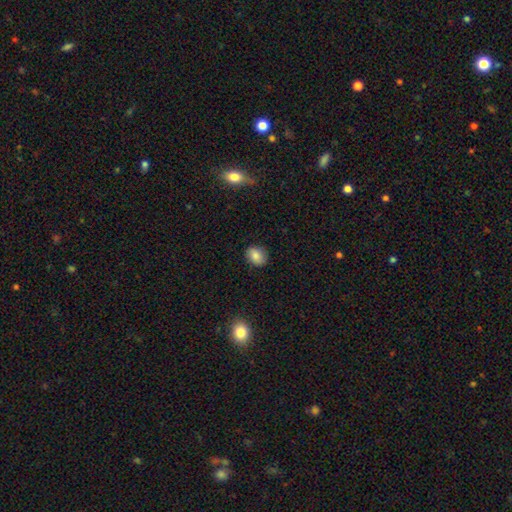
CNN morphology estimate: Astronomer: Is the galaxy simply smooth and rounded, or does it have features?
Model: smooth — 85%.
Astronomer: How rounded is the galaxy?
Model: in between — 50% (runner-up: round, 49%).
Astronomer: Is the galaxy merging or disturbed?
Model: none — 84%.